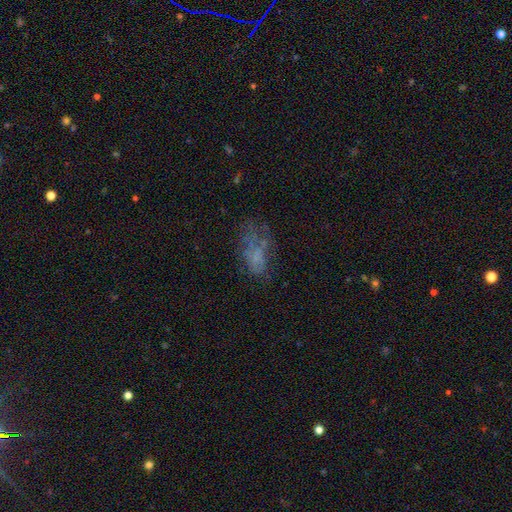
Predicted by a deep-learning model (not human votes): Morphology: type=smooth (42%); merging=none (44%).